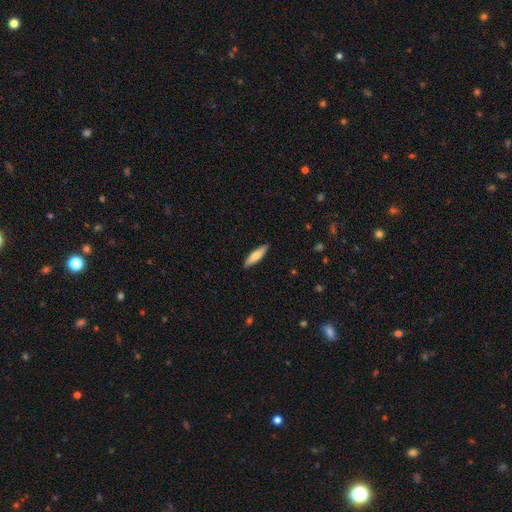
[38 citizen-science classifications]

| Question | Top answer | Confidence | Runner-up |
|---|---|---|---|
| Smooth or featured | smooth | 68% | featured or disk (29%) |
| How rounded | cigar-shaped | 58% | in between (35%) |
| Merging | none | 92% | minor disturbance (3%) |